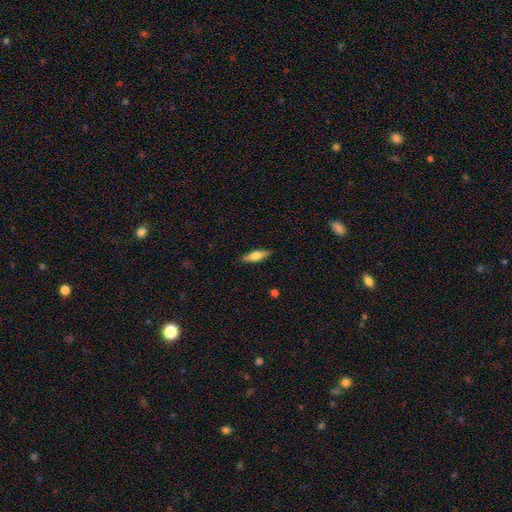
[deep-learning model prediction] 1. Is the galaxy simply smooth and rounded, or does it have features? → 60% smooth, 34% featured or disk, 6% star or artifact.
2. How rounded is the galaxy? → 51% cigar-shaped, 47% in between, 3% round.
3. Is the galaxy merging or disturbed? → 87% none, 10% minor disturbance, 2% major disturbance, 1% merger.